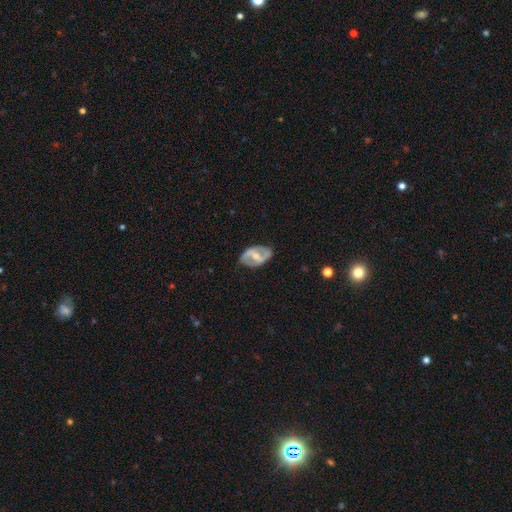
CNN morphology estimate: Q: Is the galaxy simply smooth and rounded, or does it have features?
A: featured or disk — 72%.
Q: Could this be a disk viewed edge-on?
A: no — 94%.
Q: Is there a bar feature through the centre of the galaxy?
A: strong — 43%.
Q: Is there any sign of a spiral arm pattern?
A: yes — 67%.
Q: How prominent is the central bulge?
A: moderate — 53%.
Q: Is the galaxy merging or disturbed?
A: none — 77%.